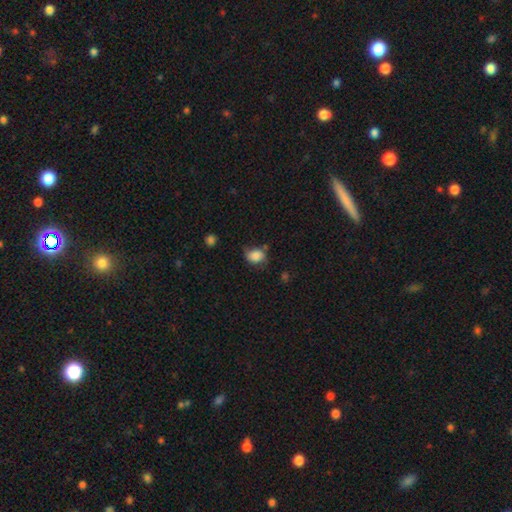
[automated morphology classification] smooth-or-featured: smooth: 80% | featured or disk: 11% | star or artifact: 9%
  how-rounded: in between: 51% | round: 48% | cigar-shaped: 1%
  merging: none: 53% | minor disturbance: 32% | major disturbance: 10% | merger: 4%